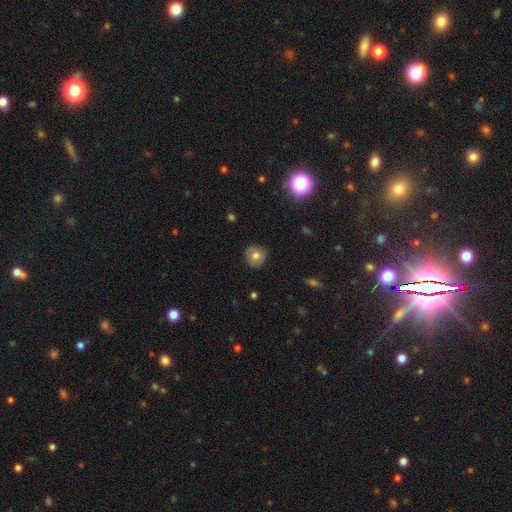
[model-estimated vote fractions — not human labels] smooth_or_featured: smooth (p=0.71) [alt: featured or disk p=0.19]
how_rounded: round (p=0.86) [alt: in between p=0.13]
merging: none (p=0.82) [alt: minor disturbance p=0.14]